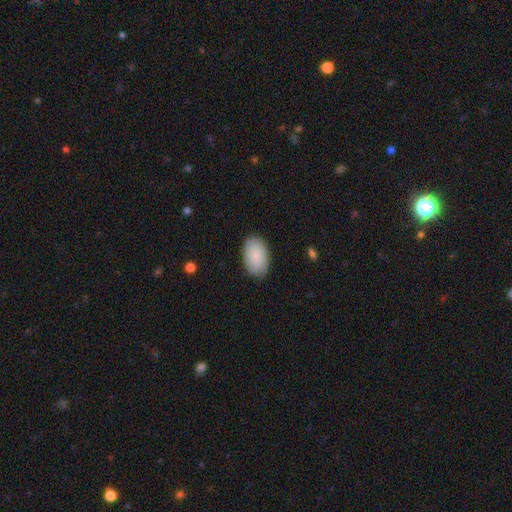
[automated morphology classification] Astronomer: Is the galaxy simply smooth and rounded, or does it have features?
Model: smooth — 87%.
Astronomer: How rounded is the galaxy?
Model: in between — 94%.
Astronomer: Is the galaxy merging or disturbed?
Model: none — 86%.